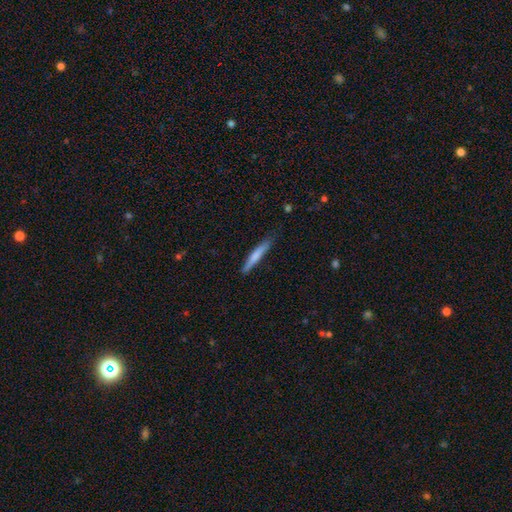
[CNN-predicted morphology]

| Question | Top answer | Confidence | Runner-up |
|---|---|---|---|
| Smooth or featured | smooth | 68% | featured or disk (27%) |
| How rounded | cigar-shaped | 94% | in between (5%) |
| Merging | none | 80% | minor disturbance (16%) |